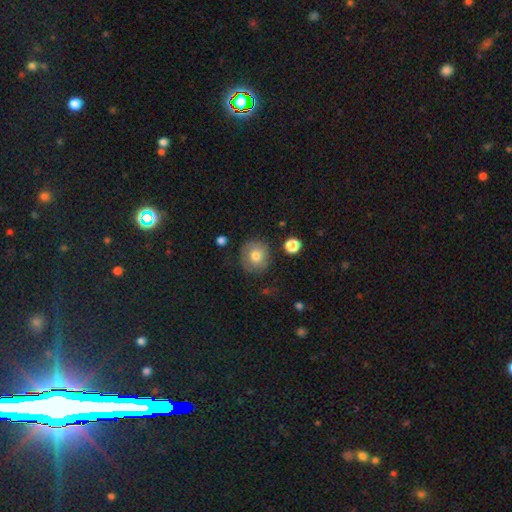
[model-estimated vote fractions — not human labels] The model was most divided on "smooth or featured": smooth: 74%, featured or disk: 17%, star or artifact: 10%. More confident: how rounded — round (85%); merging — none (79%).